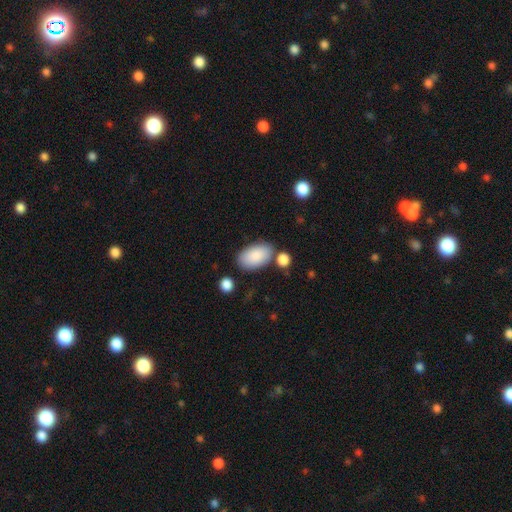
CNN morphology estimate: Overall: smooth (88%). How rounded: in between (95%). Merging: none (74%).